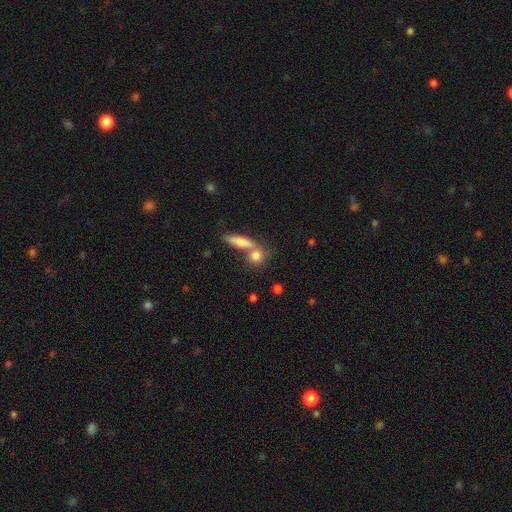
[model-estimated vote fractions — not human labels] A smooth galaxy with no disk features (79%) that is round (53%). Merging: none (48%).